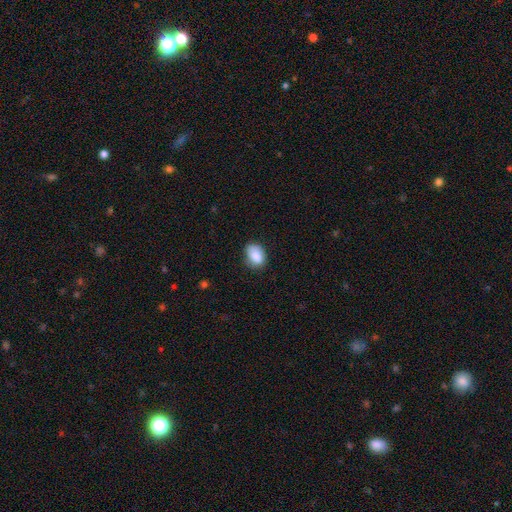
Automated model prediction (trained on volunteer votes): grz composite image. It shows a smooth galaxy with no disk features (85%) that is in between round and cigar-shaped (75%). Merging: none (72%).